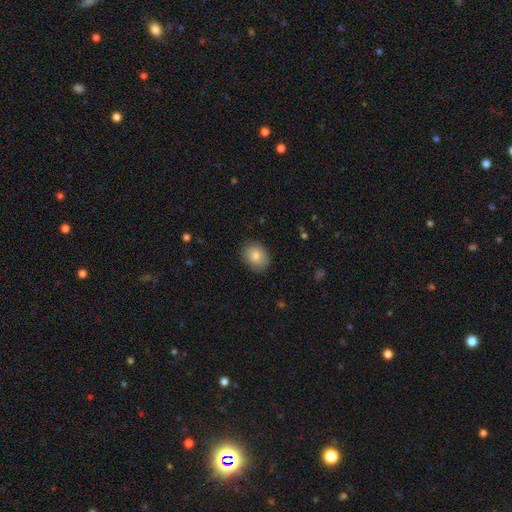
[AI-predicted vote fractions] Smooth or featured? Predicted: smooth (p=0.83). How rounded? Predicted: in between (p=0.52). Merging? Predicted: none (p=0.85).